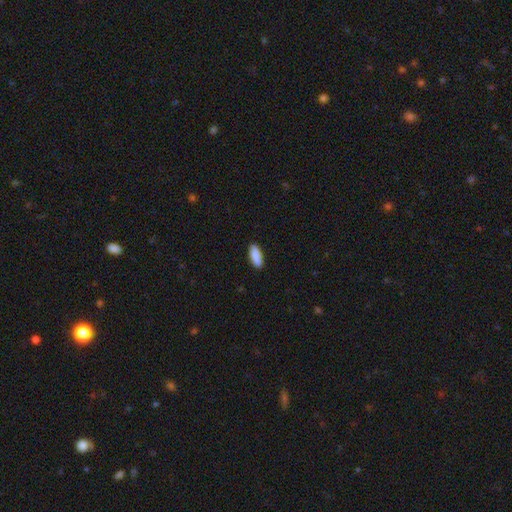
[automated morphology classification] The model was most divided on "how rounded": in between: 74%, cigar-shaped: 25%, round: 2%. More confident: smooth or featured — smooth (90%); merging — none (89%).